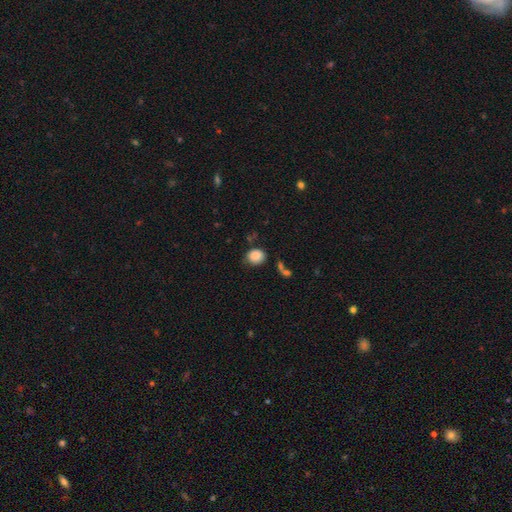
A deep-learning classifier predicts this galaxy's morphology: The model was most divided on "how rounded": round: 66%, in between: 33%, cigar-shaped: 1%. More confident: smooth or featured — smooth (85%); merging — none (74%).